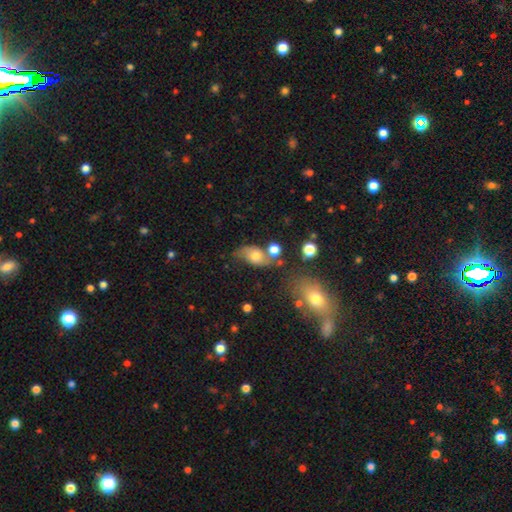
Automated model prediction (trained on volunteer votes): smooth-or-featured: smooth: 63% | featured or disk: 26% | star or artifact: 12%
  how-rounded: in between: 80% | round: 18% | cigar-shaped: 2%
  merging: none: 46% | minor disturbance: 24% | merger: 18% | major disturbance: 12%